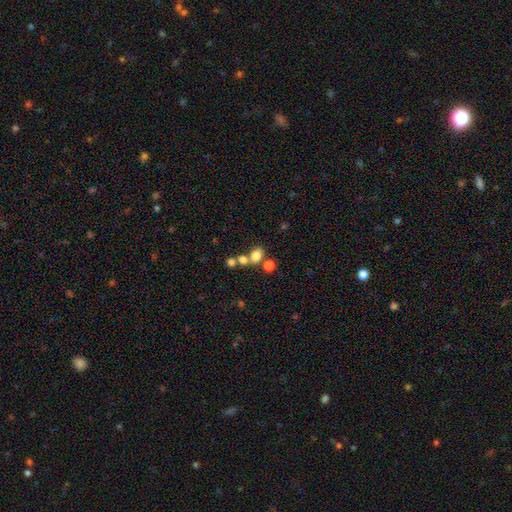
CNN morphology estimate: This is likely a smooth galaxy (76%). How rounded: possibly in between (59%). Merging: possibly none (46%).